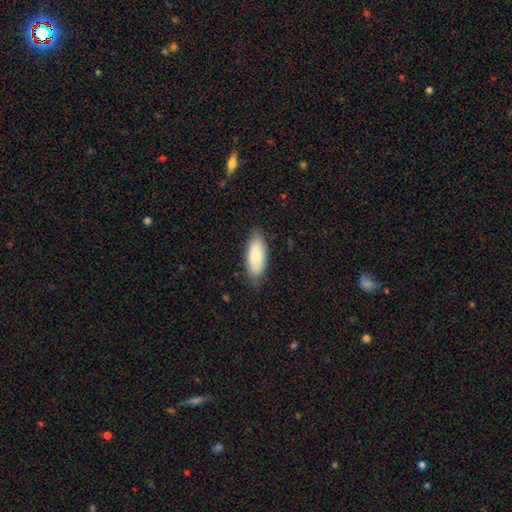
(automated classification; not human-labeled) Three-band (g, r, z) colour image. It shows a smooth galaxy with no disk features (79%) that is in between round and cigar-shaped (80%). Merging: none (82%).